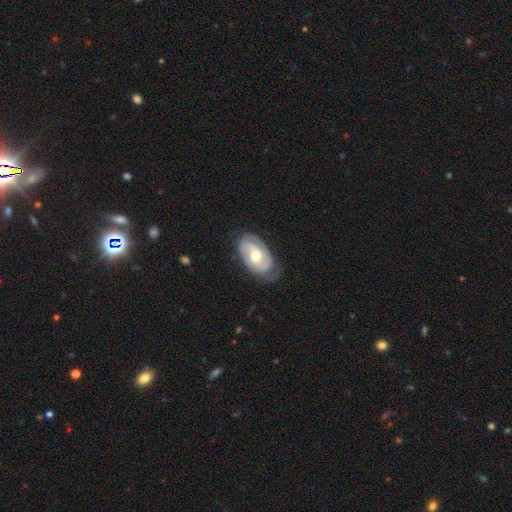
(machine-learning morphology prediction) This is likely a featured or disk galaxy (61%). It is clearly not viewed edge-on (93%). Bar: likely no (66%). Spiral arm pattern: likely yes (68%). Central bulge: likely moderate (74%). Merging: likely none (63%).